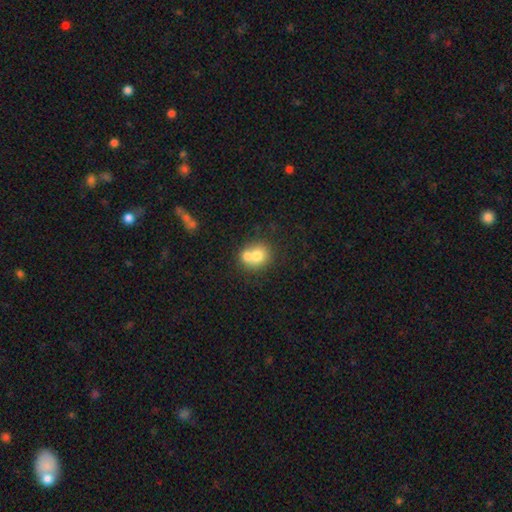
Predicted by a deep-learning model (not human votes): smooth 71%, featured or disk 20%, star or artifact 10%. Down the decision tree: how rounded — round (75%); merging — merger (54%).